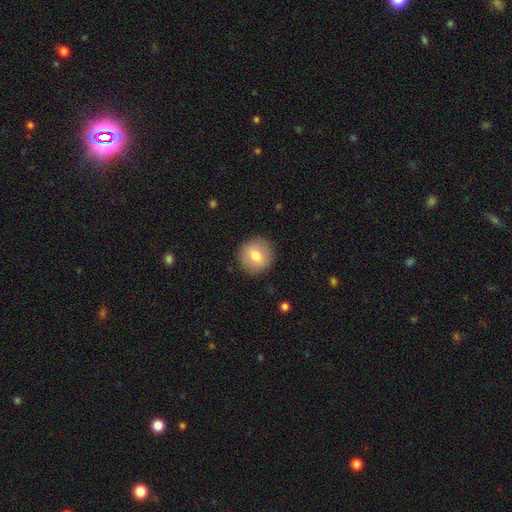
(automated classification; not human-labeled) smooth-or-featured: smooth: 73% | featured or disk: 20% | star or artifact: 8%
  how-rounded: round: 91% | in between: 8% | cigar-shaped: 1%
  merging: none: 90% | minor disturbance: 7% | major disturbance: 2% | merger: 1%